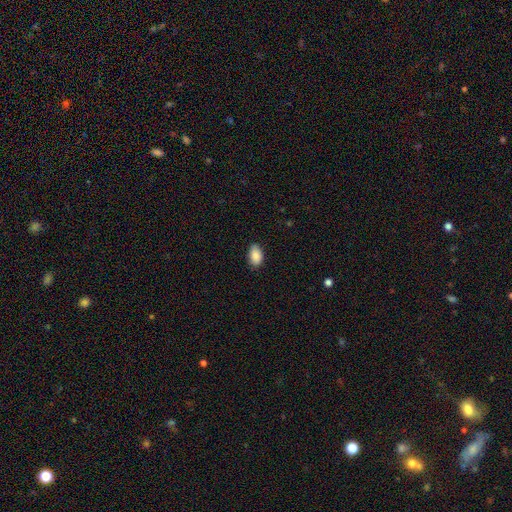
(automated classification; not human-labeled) This appears to be a smooth galaxy with no disk features (89%) that is in between round and cigar-shaped (92%). Merging: none (81%).